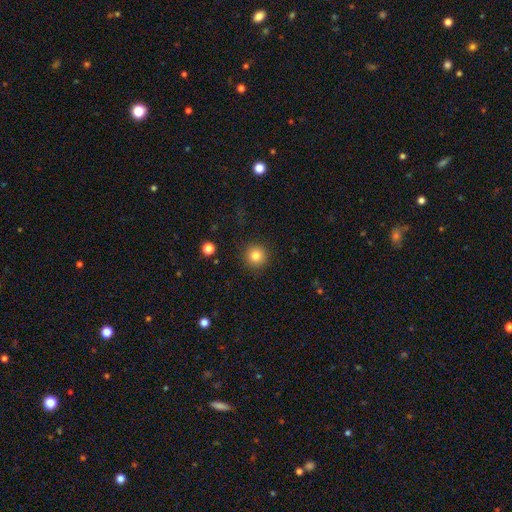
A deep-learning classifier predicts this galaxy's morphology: A smooth galaxy with no disk features (82%) that is round (95%).

Vote fractions:
- Smooth or featured? smooth: 82% / star or artifact: 11% / featured or disk: 7%
- How rounded? round: 95% / in between: 4% / cigar-shaped: 1%
- Merging? none: 91% / minor disturbance: 6% / major disturbance: 2% / merger: 1%